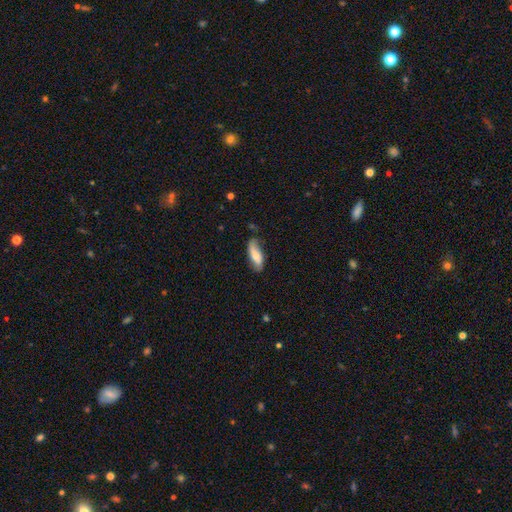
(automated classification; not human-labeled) smooth 61%, featured or disk 32%, star or artifact 6%. Down the decision tree: how rounded — in between (67%); merging — none (62%).